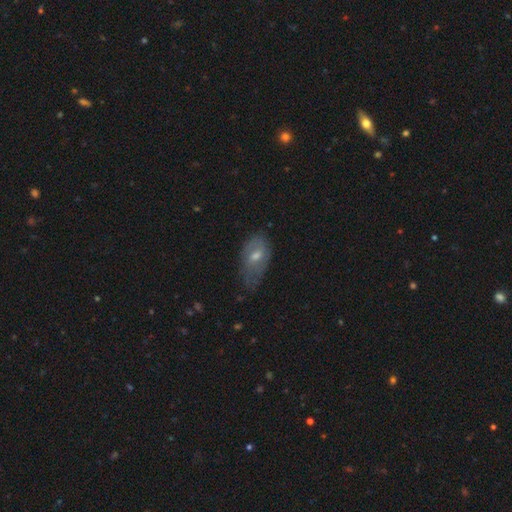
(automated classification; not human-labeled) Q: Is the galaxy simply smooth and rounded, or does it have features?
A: smooth — 47%.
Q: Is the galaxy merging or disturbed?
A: none — 46%.